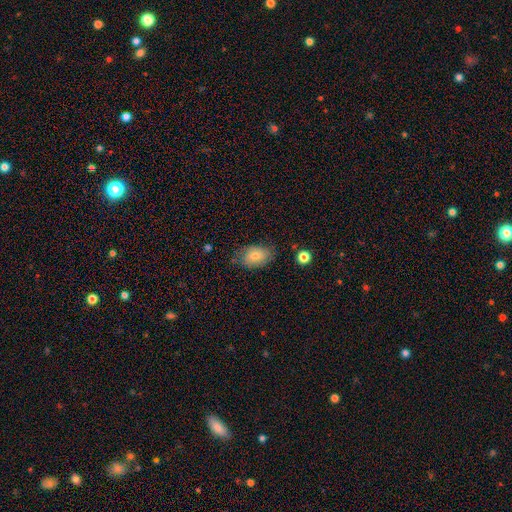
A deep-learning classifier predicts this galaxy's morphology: Q: Smooth or featured?
A: smooth (74%); runner-up: featured or disk (18%)
Q: How rounded?
A: in between (84%); runner-up: round (15%)
Q: Merging?
A: none (68%); runner-up: minor disturbance (24%)